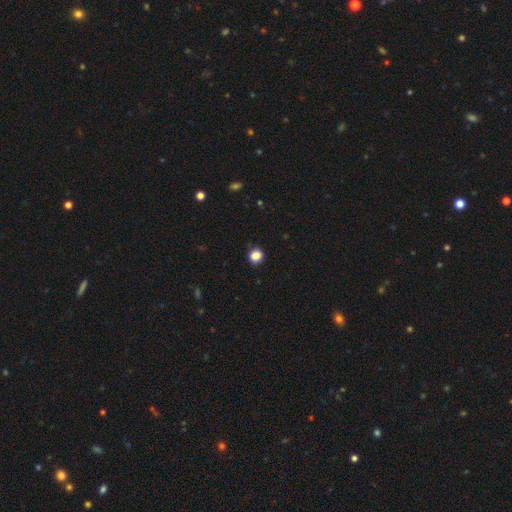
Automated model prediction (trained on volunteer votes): Smooth or featured? smooth (85%)
How rounded? round (82%)
Merging? none (89%)